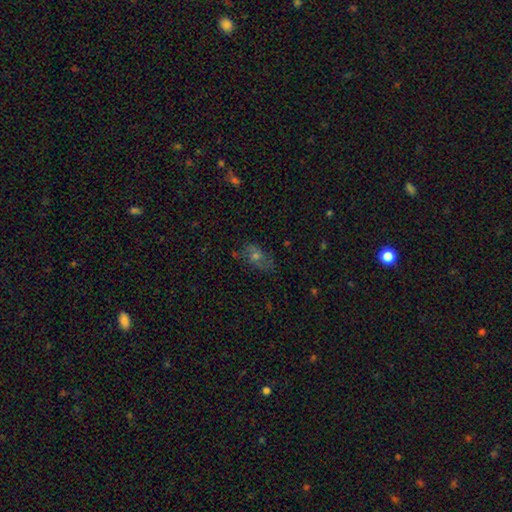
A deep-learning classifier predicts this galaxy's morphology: smooth-or-featured: featured or disk: 43% | smooth: 37% | star or artifact: 20%
  merging: none: 67% | minor disturbance: 20% | major disturbance: 10% | merger: 3%